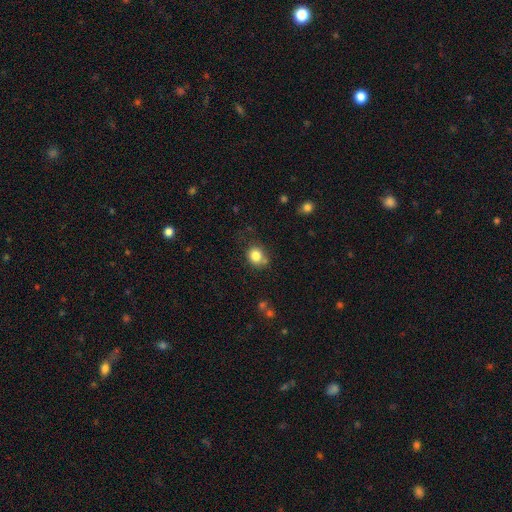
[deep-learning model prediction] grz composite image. It shows a smooth galaxy with no disk features (82%) that is round (73%). Merging: none (66%).